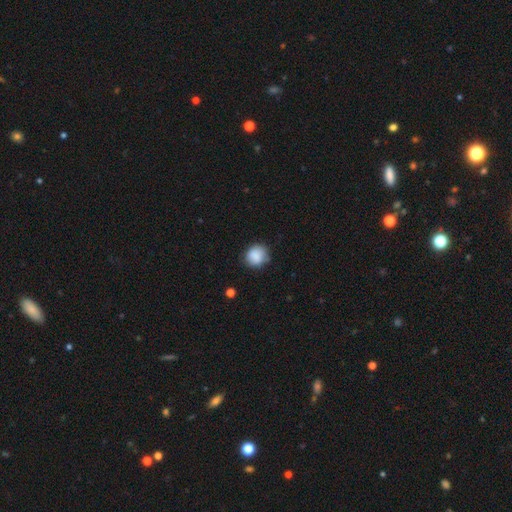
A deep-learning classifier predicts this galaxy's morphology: Smooth or featured? Predicted: smooth (p=0.86). How rounded? Predicted: round (p=0.81). Merging? Predicted: none (p=0.73).